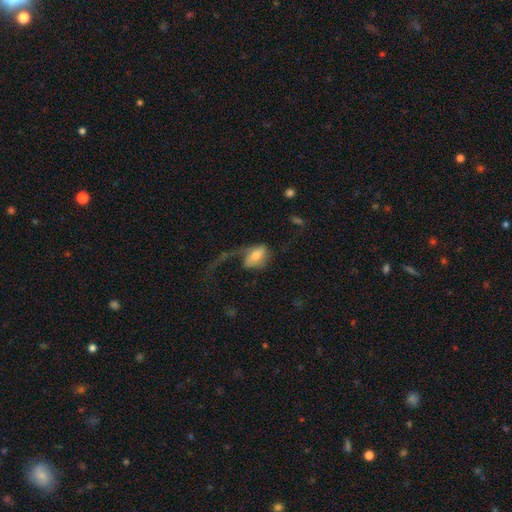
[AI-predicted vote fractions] A smooth galaxy with no disk features (55%) that is in between round and cigar-shaped (89%).

Vote fractions:
- Smooth or featured? smooth: 55% / featured or disk: 37% / star or artifact: 8%
- How rounded? in between: 89% / round: 8% / cigar-shaped: 3%
- Merging? major disturbance: 59% / none: 22% / minor disturbance: 14% / merger: 5%